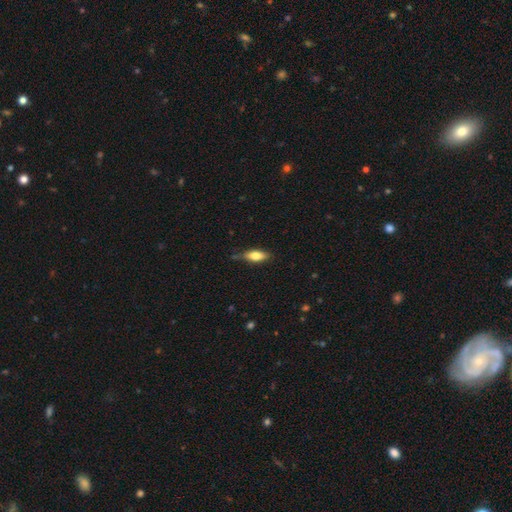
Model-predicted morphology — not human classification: Overall: smooth (72%). How rounded: in between (69%). Merging: none (65%; minor disturbance 27%).